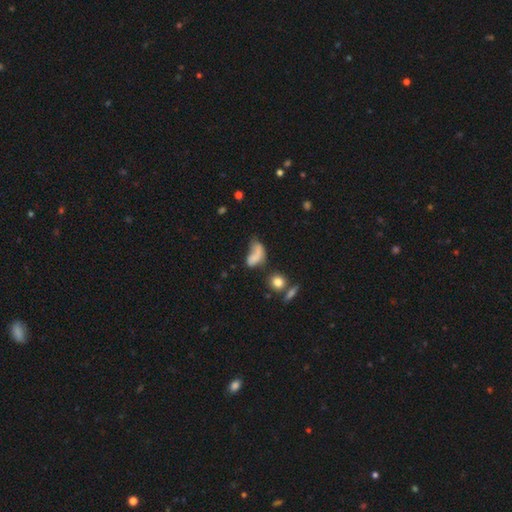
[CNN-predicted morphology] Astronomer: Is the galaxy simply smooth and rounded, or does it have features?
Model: smooth — 63%.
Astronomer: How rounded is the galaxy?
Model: in between — 82%.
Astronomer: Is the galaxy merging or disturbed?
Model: major disturbance — 35% (runner-up: none, 25%).